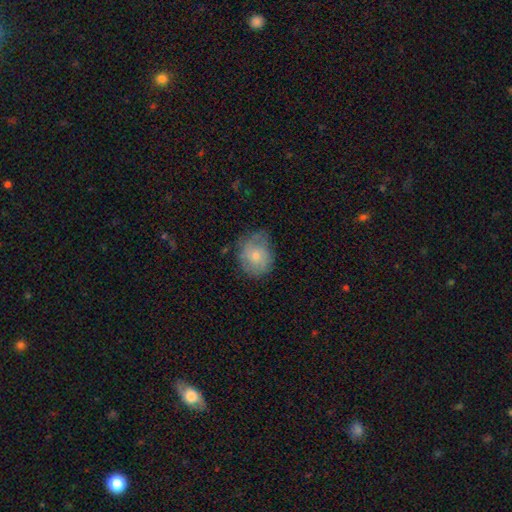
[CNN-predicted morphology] Smooth or featured: smooth — 61% (featured or disk — 31%)
How rounded: round — 71% (in between — 28%)
Merging: none — 54% (minor disturbance — 32%)